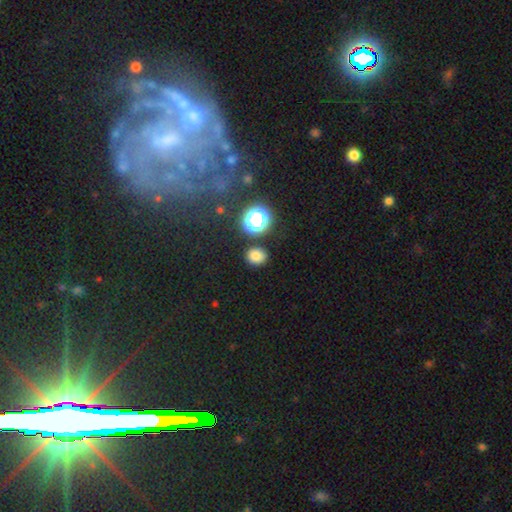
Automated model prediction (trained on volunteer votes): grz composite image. It shows a smooth galaxy with no disk features (79%) that is round (71%). Merging: none (85%).